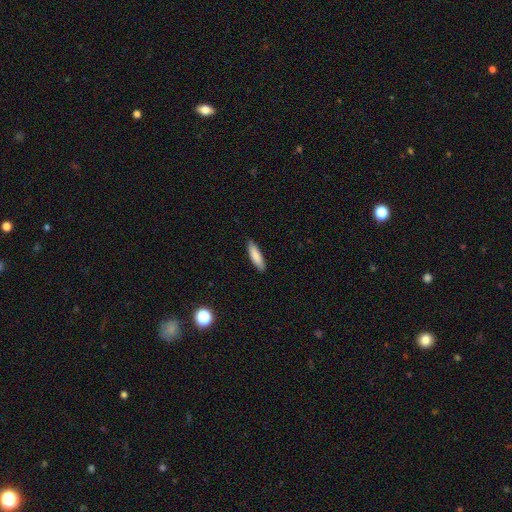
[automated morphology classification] Overall: smooth (84%). How rounded: cigar-shaped (67%; in between 32%). Merging: none (89%).